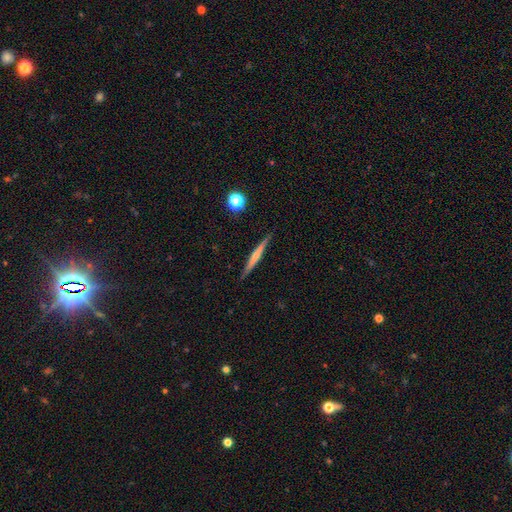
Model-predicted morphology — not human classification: This appears to be a featured or disk galaxy (53%) viewed edge-on (97%) with no central bulge (51%). Merging: none (89%).